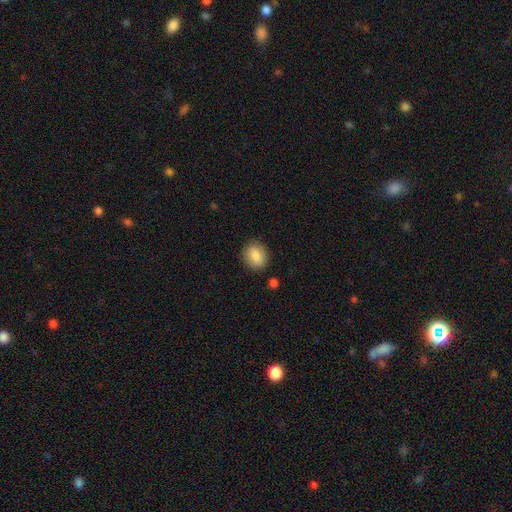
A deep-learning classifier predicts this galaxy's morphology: type=smooth (85%); roundness=in between (52%); merging=none (85%).